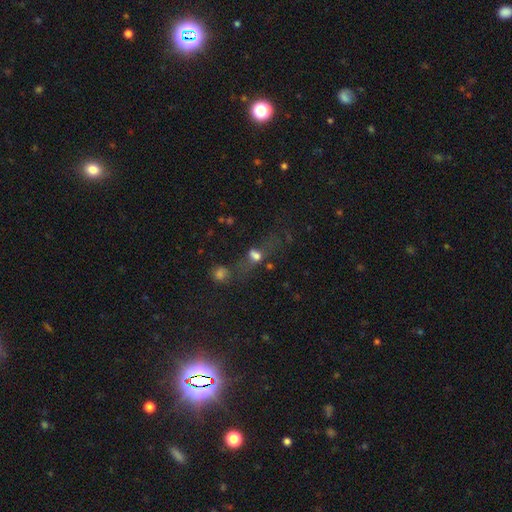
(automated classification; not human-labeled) Smooth or featured? smooth (56%)
How rounded? in between (59%)
Merging? none (37%)